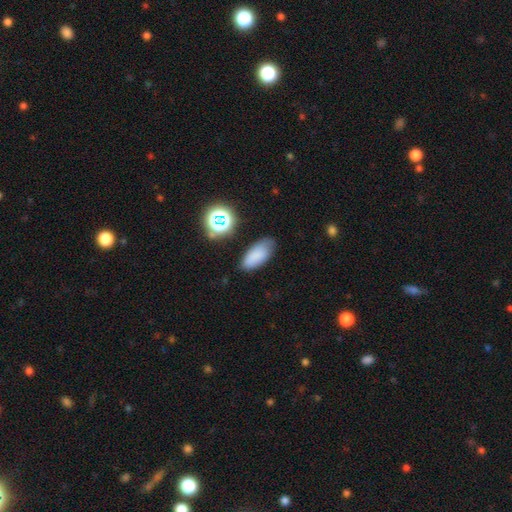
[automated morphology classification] A smooth galaxy with no disk features (79%) that is in between round and cigar-shaped (88%).

Vote fractions:
- Smooth or featured? smooth: 79% / star or artifact: 13% / featured or disk: 8%
- How rounded? in between: 88% / cigar-shaped: 8% / round: 4%
- Merging? none: 76% / minor disturbance: 17% / major disturbance: 4% / merger: 3%